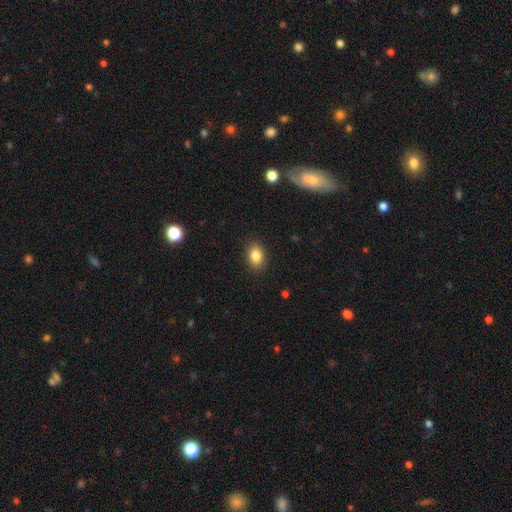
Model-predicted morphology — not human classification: smooth_or_featured: smooth (p=0.84) [alt: star or artifact p=0.09]
how_rounded: in between (p=0.75) [alt: round p=0.24]
merging: none (p=0.89) [alt: minor disturbance p=0.08]